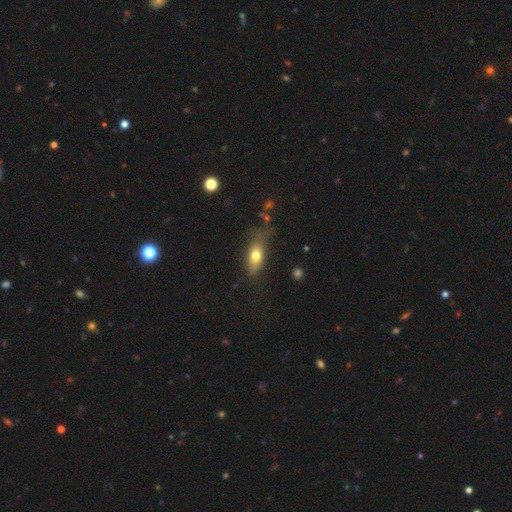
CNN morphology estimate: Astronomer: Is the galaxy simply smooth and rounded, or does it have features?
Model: smooth — 71%.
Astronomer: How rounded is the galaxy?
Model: in between — 73%.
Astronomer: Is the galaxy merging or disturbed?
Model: none — 54%.